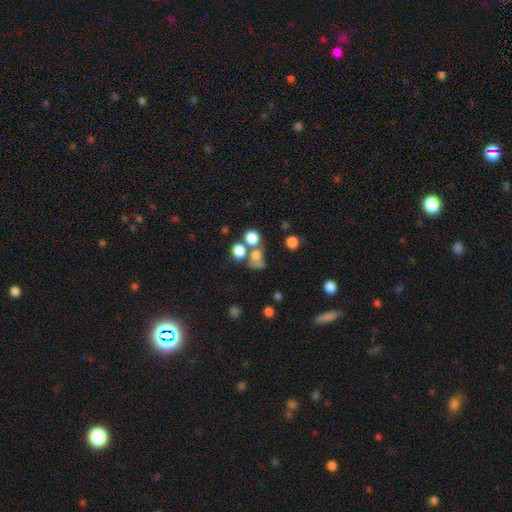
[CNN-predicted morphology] Smooth or featured? smooth (69%)
How rounded? round (69%)
Merging? none (40%, tied with merger)